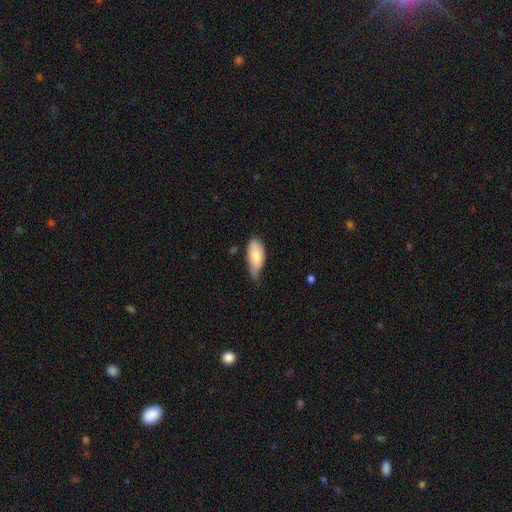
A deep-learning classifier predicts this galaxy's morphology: Smooth or featured? Predicted: smooth (p=0.76). How rounded? Predicted: in between (p=0.89). Merging? Predicted: minor disturbance (p=0.53).